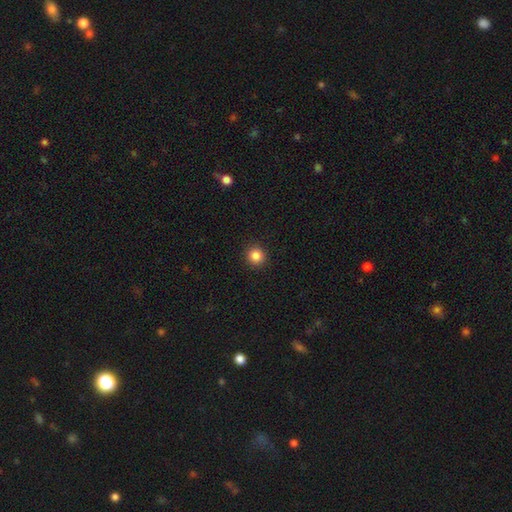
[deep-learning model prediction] smooth 85%, star or artifact 11%, featured or disk 4%. Down the decision tree: how rounded — round (93%); merging — none (93%).